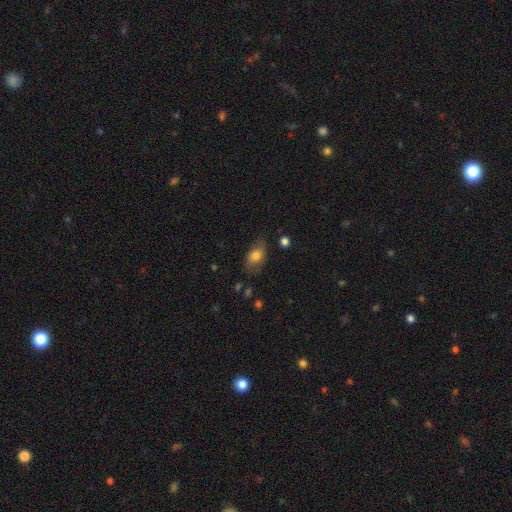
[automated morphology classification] Smooth or featured? smooth (74%)
How rounded? in between (86%)
Merging? none (68%)